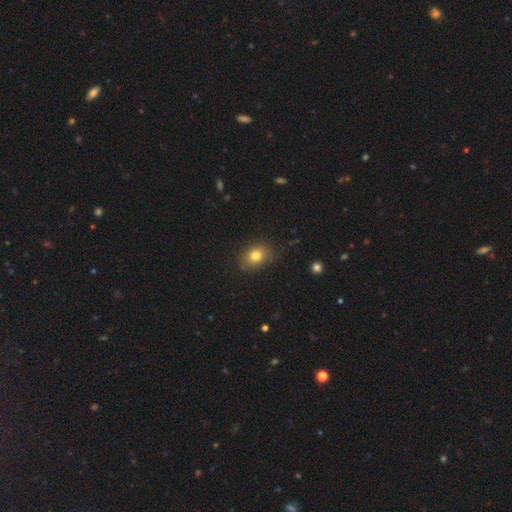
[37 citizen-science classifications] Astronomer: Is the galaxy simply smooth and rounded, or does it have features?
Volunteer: smooth — 95%.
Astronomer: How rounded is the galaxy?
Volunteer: in between — 69%.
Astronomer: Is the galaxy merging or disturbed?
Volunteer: none — 78%.